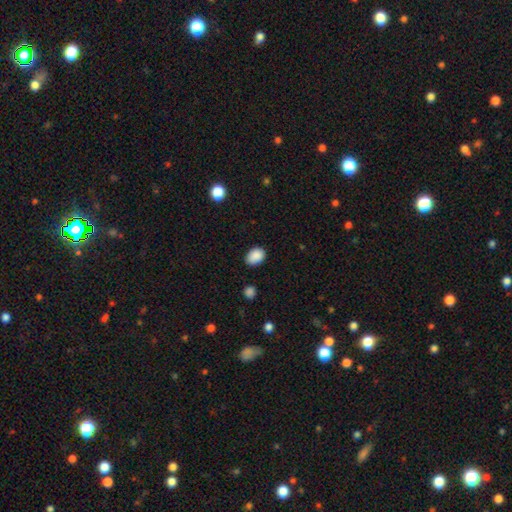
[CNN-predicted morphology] Overall: smooth (89%). How rounded: in between (76%). Merging: none (81%).